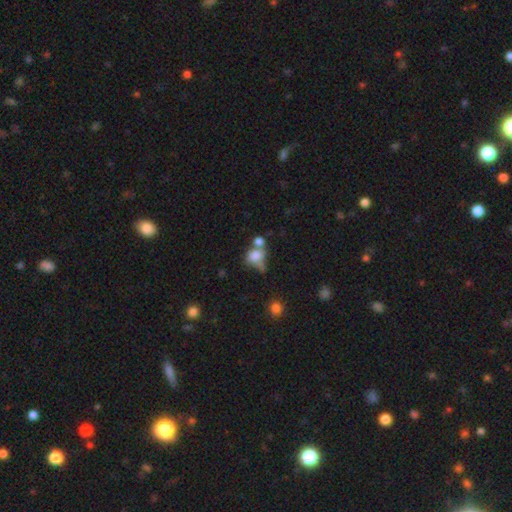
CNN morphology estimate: smooth-or-featured: smooth: 74% | featured or disk: 14% | star or artifact: 12%
  how-rounded: in between: 50% | round: 48% | cigar-shaped: 2%
  merging: merger: 46% | none: 27% | minor disturbance: 15% | major disturbance: 13%